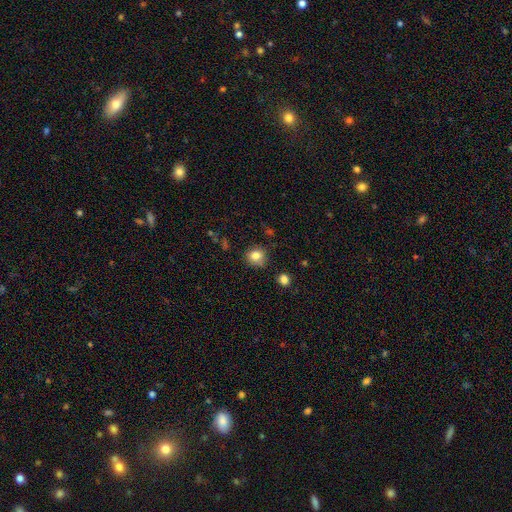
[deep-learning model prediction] This is clearly a smooth galaxy (82%). How rounded: clearly round (83%). Merging: likely none (79%).